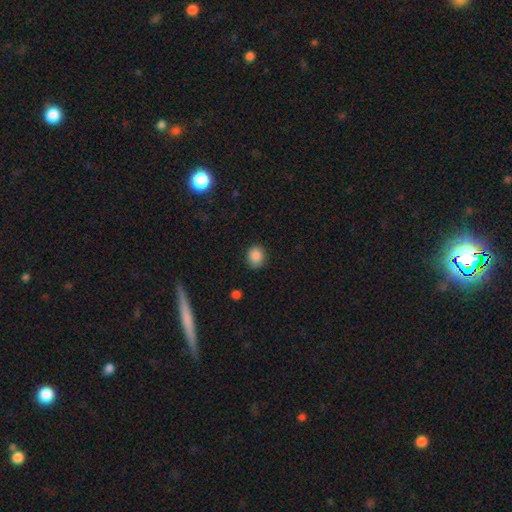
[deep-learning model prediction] smooth 88%, star or artifact 9%, featured or disk 4%. Down the decision tree: how rounded — round (73%); merging — none (84%).